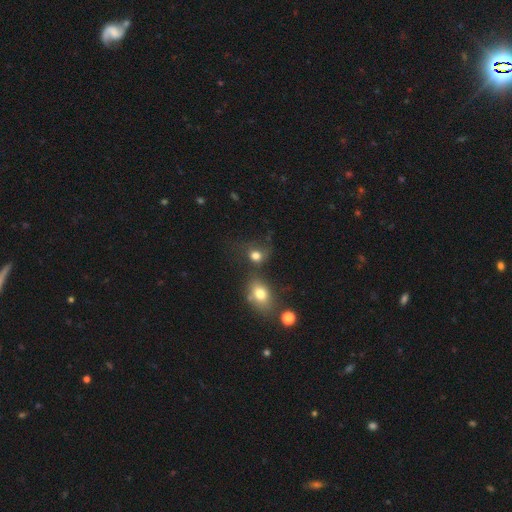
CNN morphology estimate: smooth_or_featured: smooth (p=0.74) [alt: star or artifact p=0.15]
how_rounded: round (p=0.66) [alt: in between p=0.33]
merging: none (p=0.42) [alt: merger p=0.24]